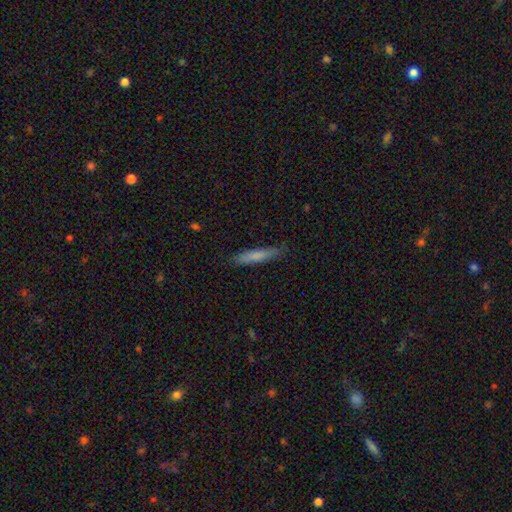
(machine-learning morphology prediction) A smooth galaxy with no disk features (73%) that is cigar-shaped (91%). Merging: none (85%).